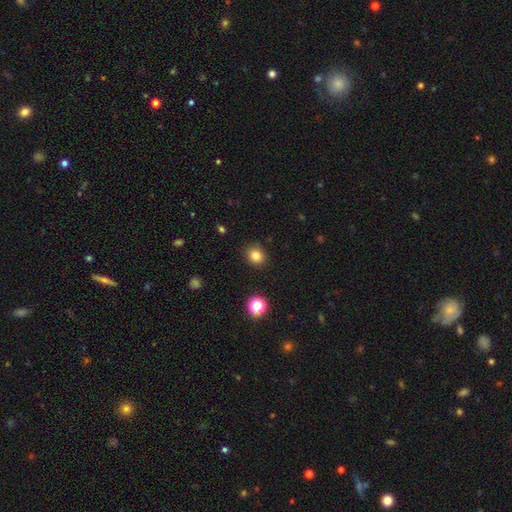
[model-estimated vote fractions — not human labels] Smooth or featured?
  - smooth: 82% *
  - star or artifact: 12%
  - featured or disk: 5%
How rounded?
  - round: 74% *
  - in between: 25%
  - cigar-shaped: 1%
Merging?
  - none: 88% *
  - minor disturbance: 8%
  - major disturbance: 2%
  - merger: 1%